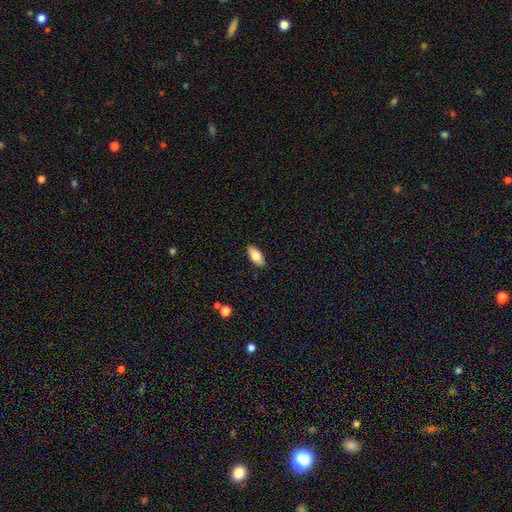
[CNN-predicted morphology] Q: Smooth or featured?
A: smooth (77%); runner-up: featured or disk (16%)
Q: How rounded?
A: in between (88%); runner-up: cigar-shaped (9%)
Q: Merging?
A: none (89%); runner-up: minor disturbance (8%)